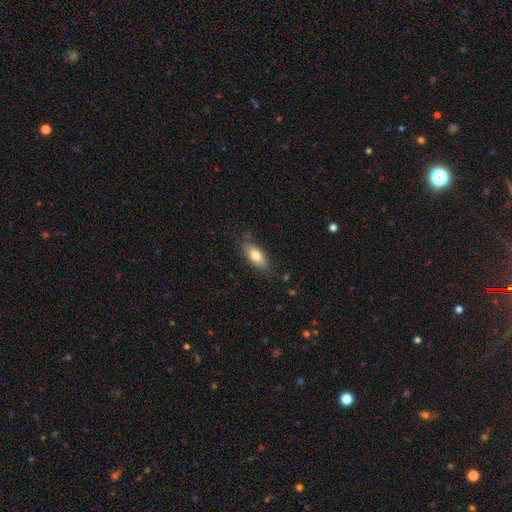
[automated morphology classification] The model was most divided on "smooth or featured": smooth: 76%, featured or disk: 17%, star or artifact: 7%. More confident: how rounded — in between (80%); merging — none (80%).